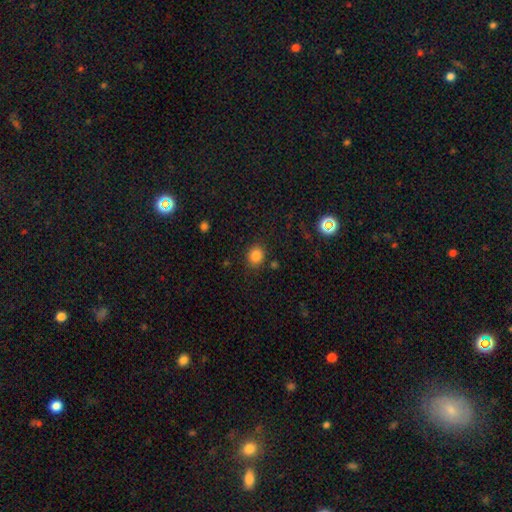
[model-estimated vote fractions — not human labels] A smooth galaxy with no disk features (84%) that is round (71%). Merging: none (85%).